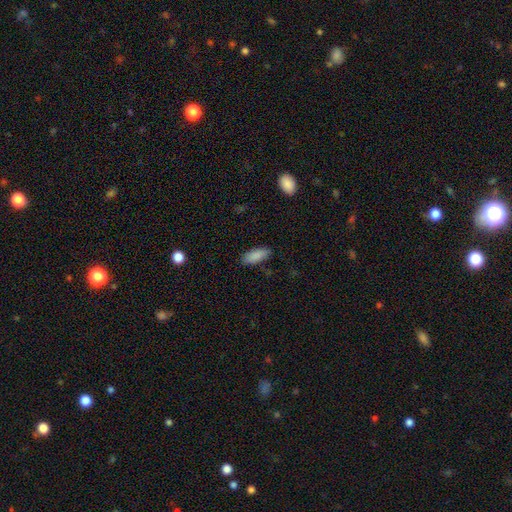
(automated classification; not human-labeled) Smooth or featured? smooth (88%)
How rounded? in between (80%)
Merging? none (82%)